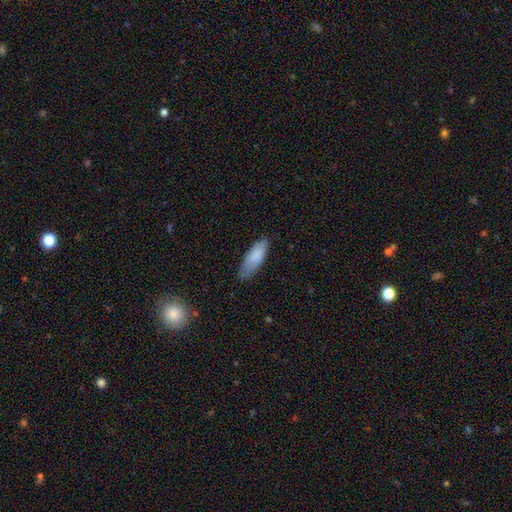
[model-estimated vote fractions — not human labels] Smooth or featured? smooth (84%)
How rounded? in between (61%)
Merging? none (72%)